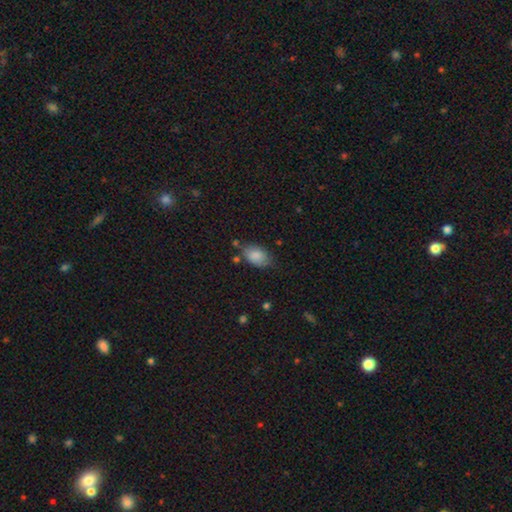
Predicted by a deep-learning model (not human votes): Smooth or featured? smooth (85%)
How rounded? in between (89%)
Merging? none (63%)